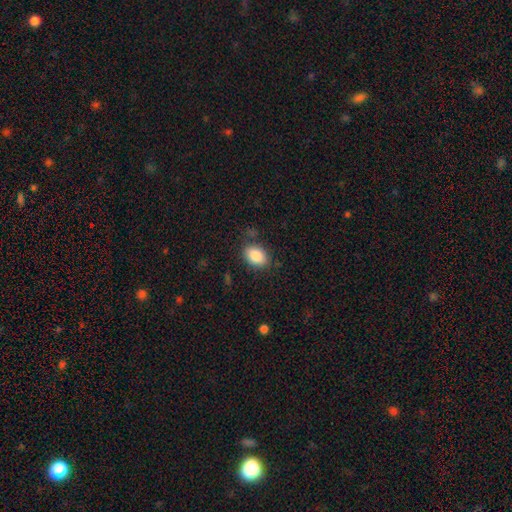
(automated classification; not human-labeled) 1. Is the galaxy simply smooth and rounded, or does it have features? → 86% smooth, 8% star or artifact, 6% featured or disk.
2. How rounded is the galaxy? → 83% in between, 16% round, 1% cigar-shaped.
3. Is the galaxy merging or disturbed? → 82% none, 12% minor disturbance, 4% major disturbance, 2% merger.